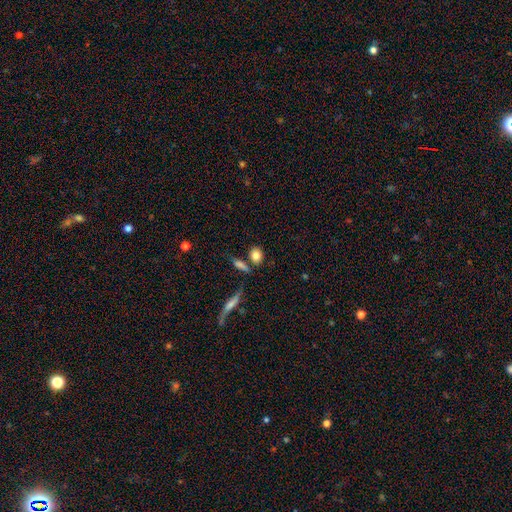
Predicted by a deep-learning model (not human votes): The model was most divided on "how rounded": in between: 57%, round: 39%, cigar-shaped: 4%. More confident: smooth or featured — smooth (84%); merging — none (71%).